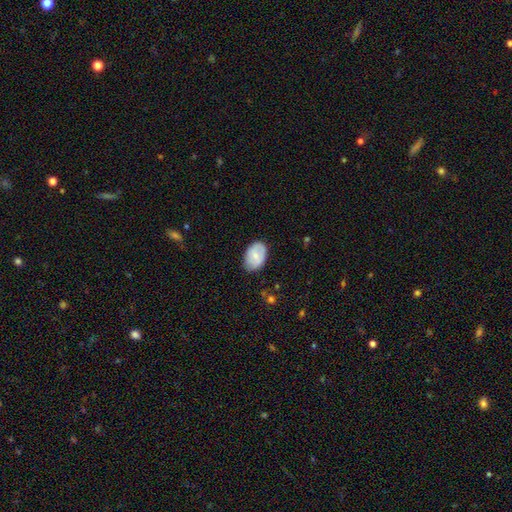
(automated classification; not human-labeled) A smooth galaxy with no disk features (64%) that is in between round and cigar-shaped (87%). Merging: none (79%).